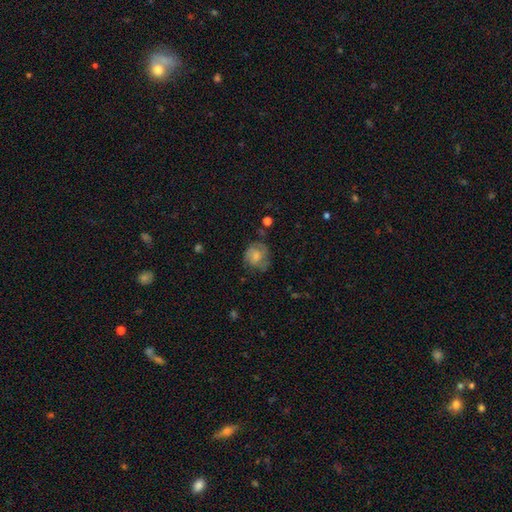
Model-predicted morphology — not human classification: Smooth or featured? Predicted: smooth (p=0.59). How rounded? Predicted: round (p=0.73). Merging? Predicted: none (p=0.58).